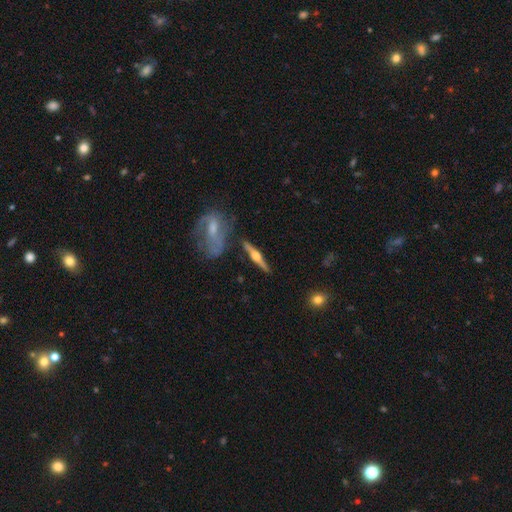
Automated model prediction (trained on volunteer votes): The model was most divided on "smooth or featured": featured or disk: 79%, smooth: 16%, star or artifact: 5%. More confident: edge-on disk — yes (97%); edge-on bulge — rounded (95%); merging — none (83%).